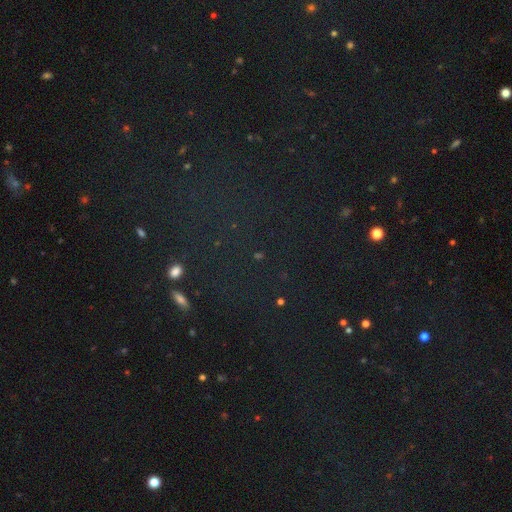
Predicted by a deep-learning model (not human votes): The model was most divided on "smooth or featured": star or artifact: 75%, smooth: 17%, featured or disk: 9%.